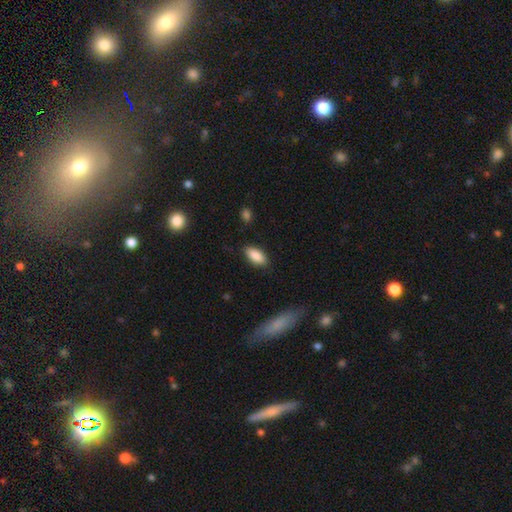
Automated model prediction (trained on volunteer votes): Morphology: type=smooth (87%); roundness=in between (87%); merging=none (85%).